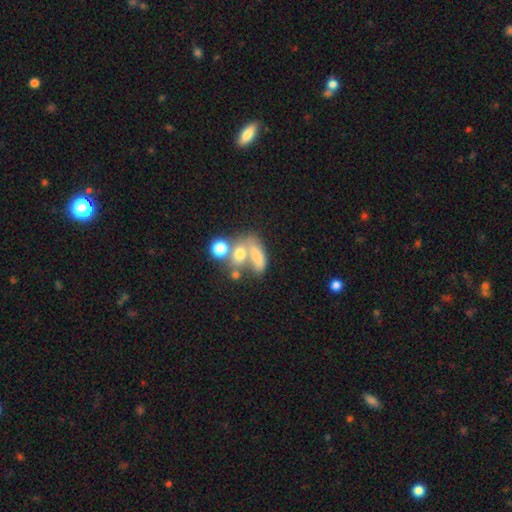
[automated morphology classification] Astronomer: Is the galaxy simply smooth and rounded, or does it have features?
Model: smooth — 55%.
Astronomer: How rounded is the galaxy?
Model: in between — 67%.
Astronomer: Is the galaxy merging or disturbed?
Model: merger — 49% (runner-up: none, 26%).